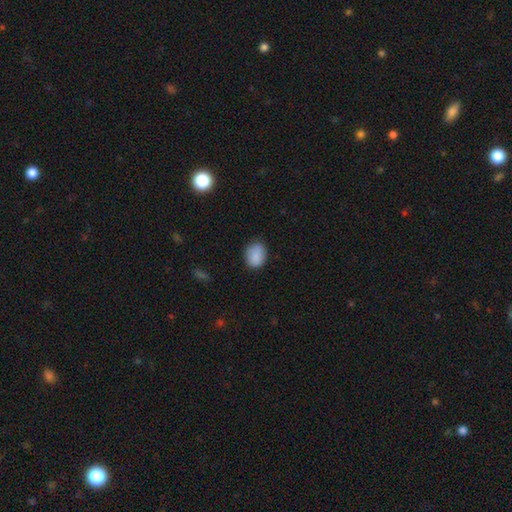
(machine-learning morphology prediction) Q: Smooth or featured?
A: smooth (87%); runner-up: star or artifact (8%)
Q: How rounded?
A: in between (59%); runner-up: round (40%)
Q: Merging?
A: none (79%); runner-up: minor disturbance (17%)